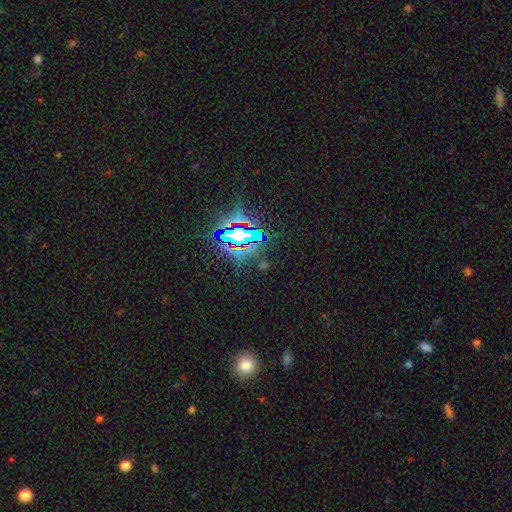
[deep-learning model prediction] Smooth or featured? Predicted: star or artifact (p=0.81).